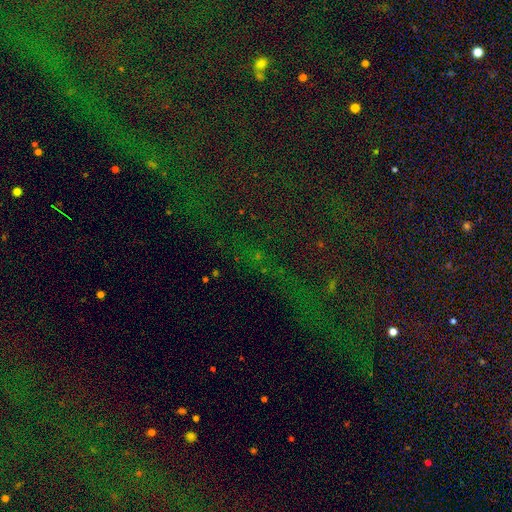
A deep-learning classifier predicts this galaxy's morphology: Smooth or featured: star or artifact — 77% (smooth — 12%)